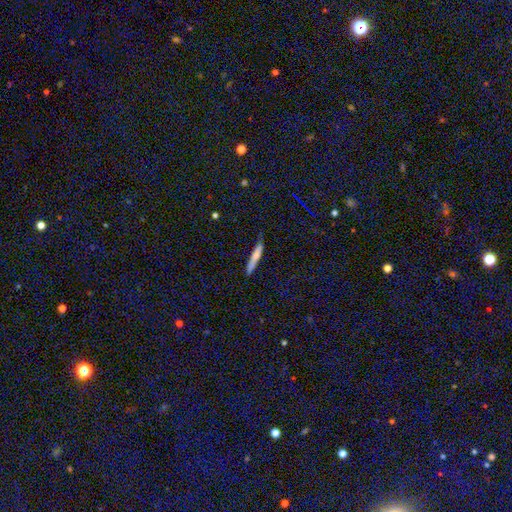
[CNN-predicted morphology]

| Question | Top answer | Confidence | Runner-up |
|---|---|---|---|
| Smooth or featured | smooth | 66% | featured or disk (27%) |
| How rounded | cigar-shaped | 93% | in between (5%) |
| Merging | none | 76% | minor disturbance (19%) |